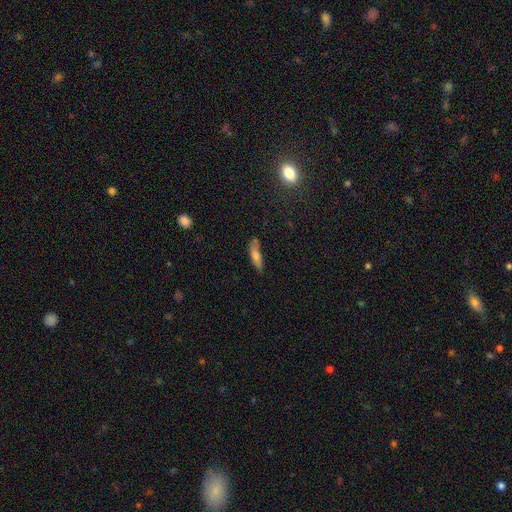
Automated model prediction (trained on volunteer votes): Smooth or featured: smooth — 71% (featured or disk — 20%)
How rounded: cigar-shaped — 63% (in between — 35%)
Merging: none — 64% (minor disturbance — 24%)